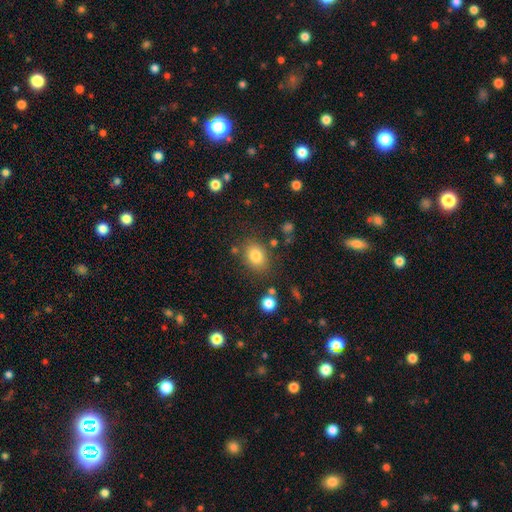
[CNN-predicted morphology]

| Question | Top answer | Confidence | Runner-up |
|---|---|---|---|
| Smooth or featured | smooth | 81% | star or artifact (11%) |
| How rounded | in between | 64% | round (35%) |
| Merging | none | 78% | minor disturbance (13%) |